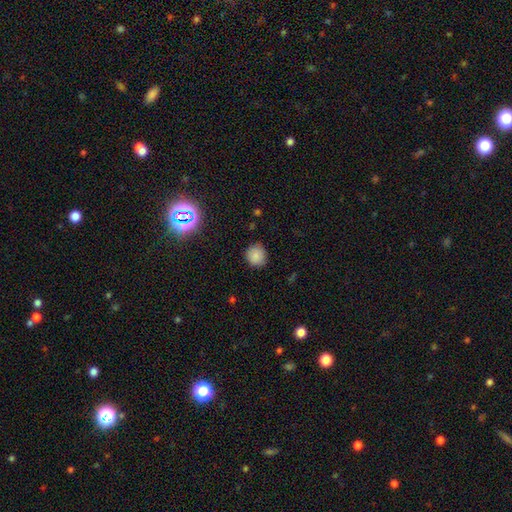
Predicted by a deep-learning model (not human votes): smooth 83%, star or artifact 13%, featured or disk 4%. Down the decision tree: how rounded — round (89%); merging — none (87%).